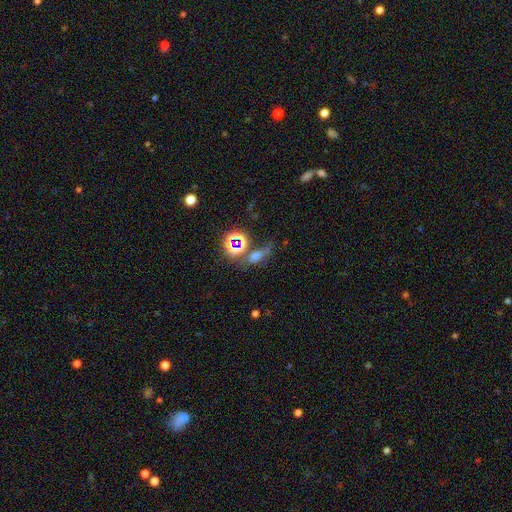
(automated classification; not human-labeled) Overall: star or artifact (47%; smooth 35%).